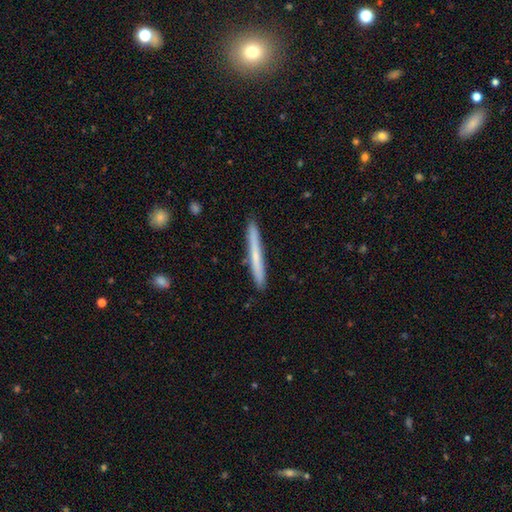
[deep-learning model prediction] Smooth or featured?
  - smooth: 57% *
  - featured or disk: 37%
  - star or artifact: 6%
How rounded?
  - cigar-shaped: 97% *
  - in between: 2%
  - round: 1%
Merging?
  - none: 90% *
  - minor disturbance: 7%
  - merger: 1%
  - major disturbance: 1%